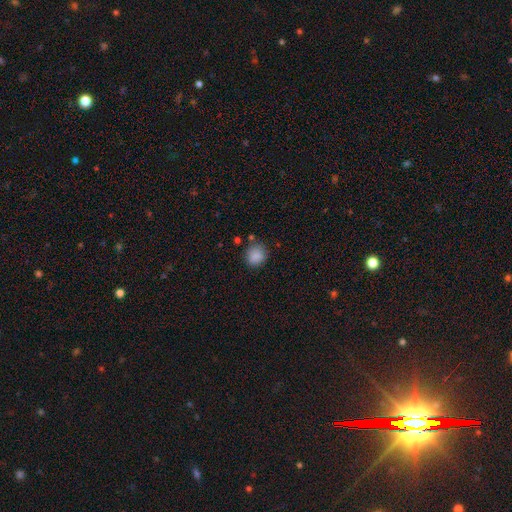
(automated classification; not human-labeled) Smooth or featured?
  - smooth: 86% *
  - star or artifact: 10%
  - featured or disk: 4%
How rounded?
  - round: 80% *
  - in between: 19%
  - cigar-shaped: 1%
Merging?
  - none: 77% *
  - minor disturbance: 15%
  - merger: 4%
  - major disturbance: 4%